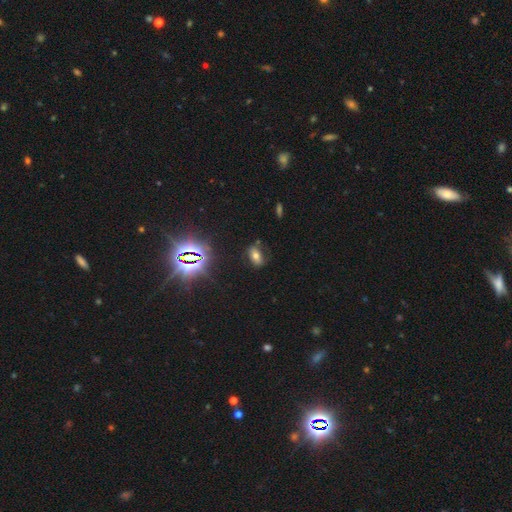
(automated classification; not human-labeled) The model was most divided on "smooth or featured": smooth: 56%, star or artifact: 29%, featured or disk: 15%. More confident: how rounded — in between (86%); merging — none (77%).